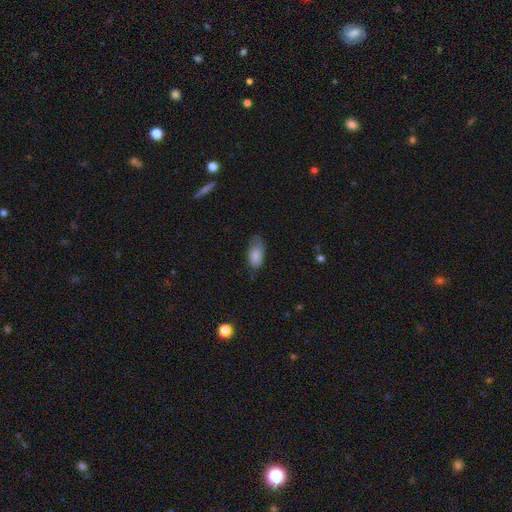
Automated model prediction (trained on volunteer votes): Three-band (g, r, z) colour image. It shows a smooth galaxy with no disk features (83%) that is in between round and cigar-shaped (91%). Merging: none (56%).